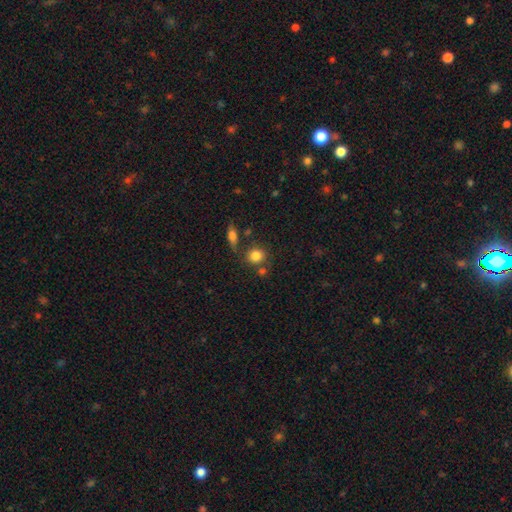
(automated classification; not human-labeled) The model was most divided on "merging": none: 68%, merger: 15%, minor disturbance: 12%, major disturbance: 4%. More confident: smooth or featured — smooth (82%); how rounded — round (80%).